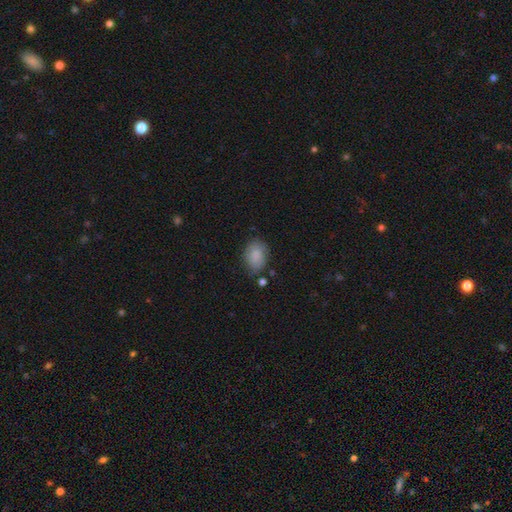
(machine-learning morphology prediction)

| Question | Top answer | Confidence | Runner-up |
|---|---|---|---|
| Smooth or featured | smooth | 83% | featured or disk (9%) |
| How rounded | in between | 77% | round (21%) |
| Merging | none | 68% | minor disturbance (22%) |